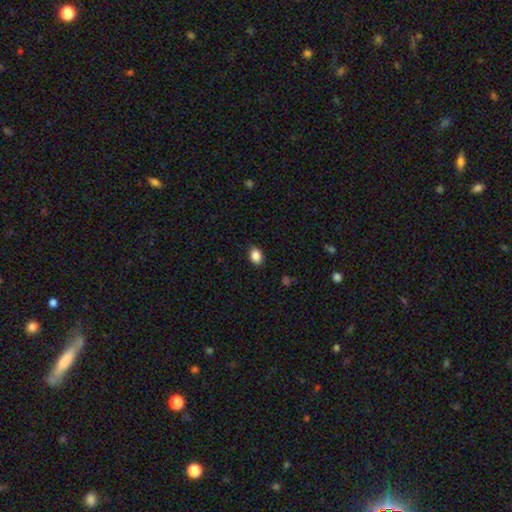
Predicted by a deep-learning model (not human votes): Smooth or featured: smooth — 87% (star or artifact — 9%)
How rounded: in between — 72% (round — 27%)
Merging: none — 86% (minor disturbance — 11%)